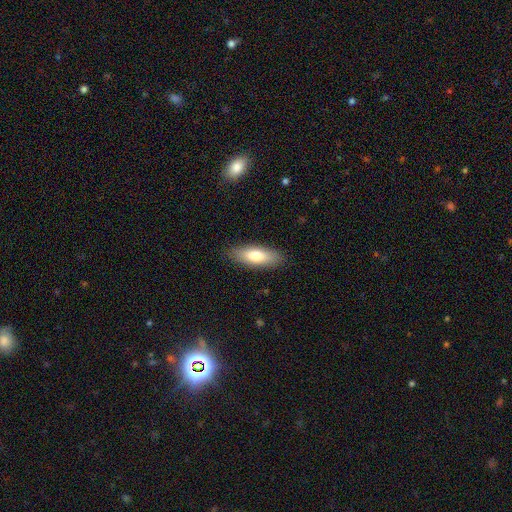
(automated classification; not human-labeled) Morphology: type=smooth (75%); roundness=in between (67%); merging=none (87%).